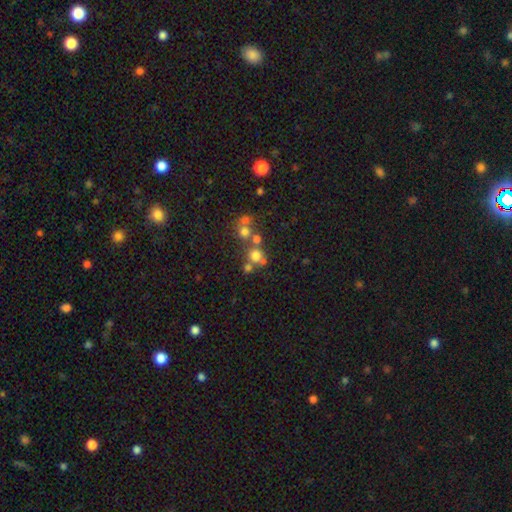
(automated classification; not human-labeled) The model was most divided on "merging": none: 51%, merger: 34%, minor disturbance: 9%, major disturbance: 6%. More confident: how rounded — round (85%); smooth or featured — smooth (63%).